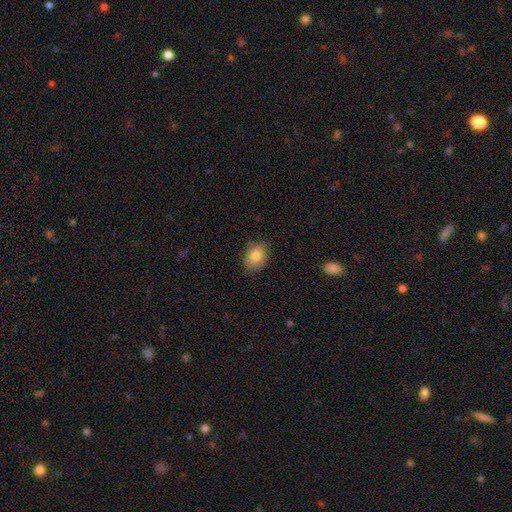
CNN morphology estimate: Smooth or featured? smooth (83%)
How rounded? in between (66%)
Merging? none (82%)